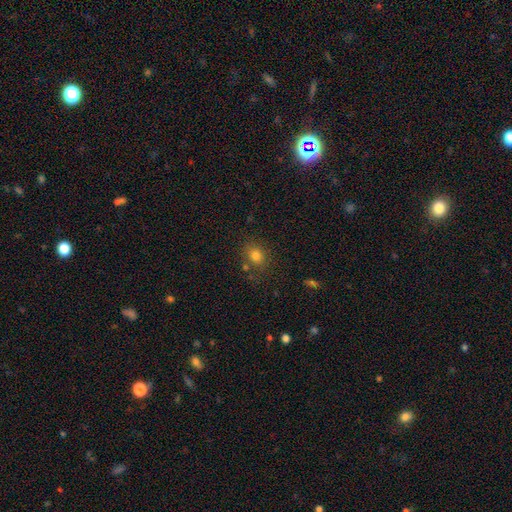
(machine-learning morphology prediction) smooth_or_featured: smooth (p=0.78) [alt: star or artifact p=0.14]
how_rounded: round (p=0.60) [alt: in between p=0.39]
merging: none (p=0.74) [alt: minor disturbance p=0.14]